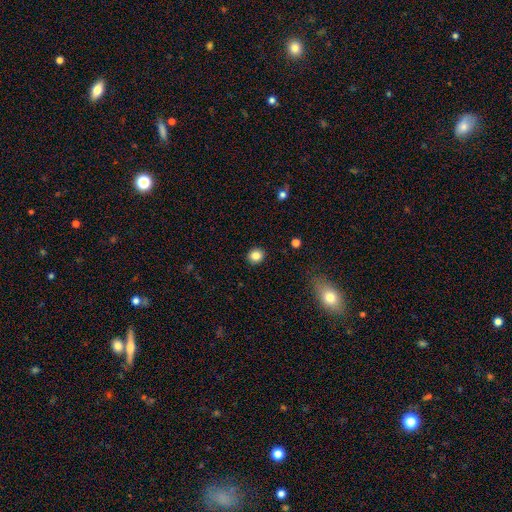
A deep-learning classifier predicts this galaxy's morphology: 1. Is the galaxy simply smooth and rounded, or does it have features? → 85% smooth, 10% star or artifact, 5% featured or disk.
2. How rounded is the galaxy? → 84% round, 15% in between, 1% cigar-shaped.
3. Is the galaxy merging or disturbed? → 91% none, 6% minor disturbance, 2% major disturbance, 1% merger.